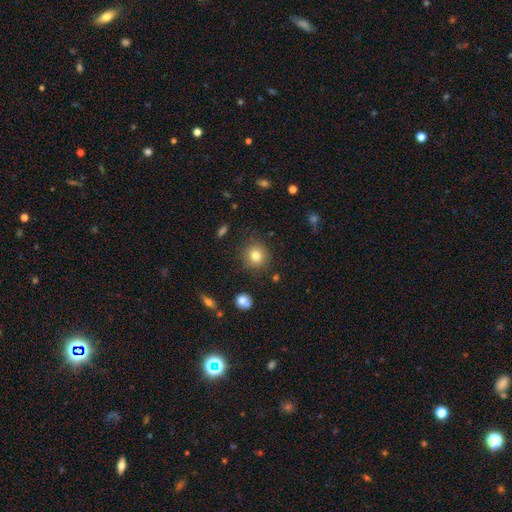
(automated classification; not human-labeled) Smooth or featured? smooth (80%)
How rounded? round (92%)
Merging? none (88%)